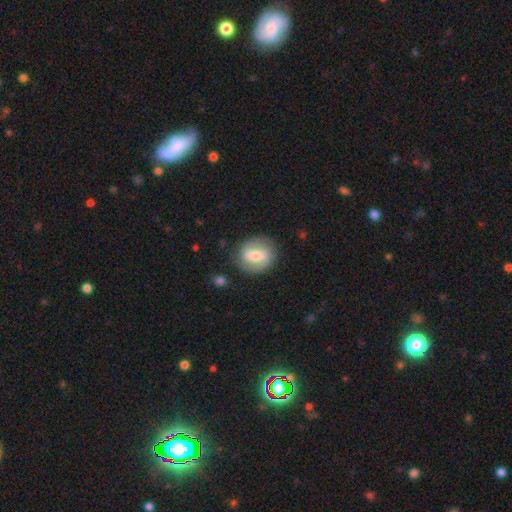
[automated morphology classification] Q: Smooth or featured?
A: featured or disk (53%); runner-up: smooth (40%)
Q: Edge-on disk?
A: no (96%); runner-up: yes (4%)
Q: Bar?
A: weak (44%); runner-up: strong (36%)
Q: Spiral arms?
A: yes (72%); runner-up: no (28%)
Q: Bulge size?
A: moderate (61%); runner-up: small (29%)
Q: Merging?
A: none (83%); runner-up: minor disturbance (12%)